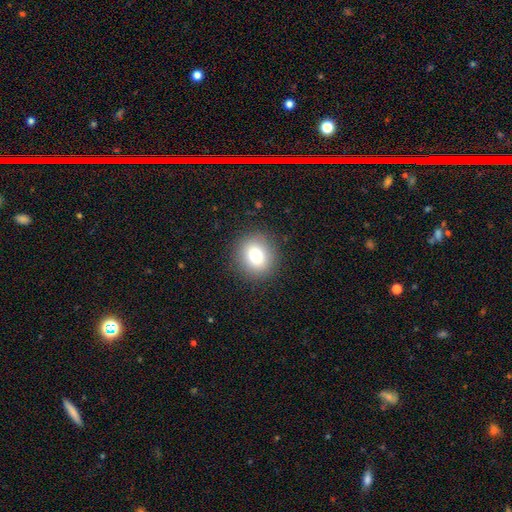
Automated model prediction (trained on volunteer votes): smooth 78%, star or artifact 11%, featured or disk 10%. Down the decision tree: how rounded — round (82%); merging — none (89%).